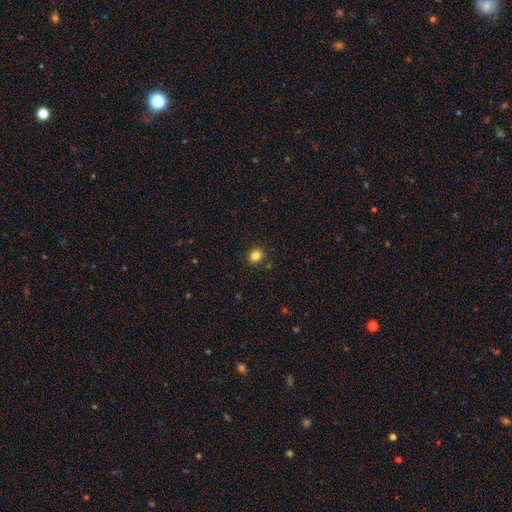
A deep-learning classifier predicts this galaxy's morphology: Smooth or featured? smooth (83%)
How rounded? round (81%)
Merging? none (90%)